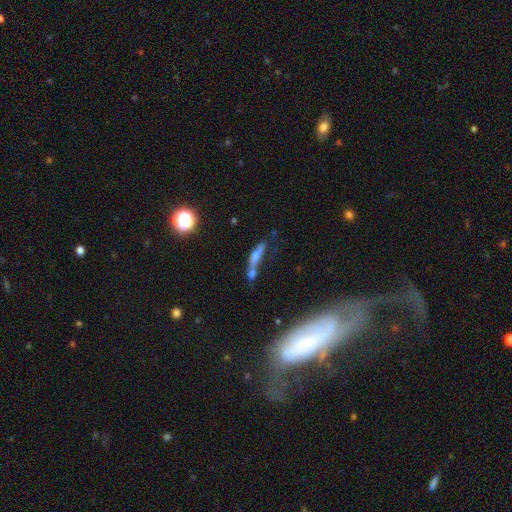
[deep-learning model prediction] Smooth or featured?
  - smooth: 46% *
  - featured or disk: 40%
  - star or artifact: 14%
Merging?
  - merger: 52% *
  - none: 24%
  - minor disturbance: 12%
  - major disturbance: 12%